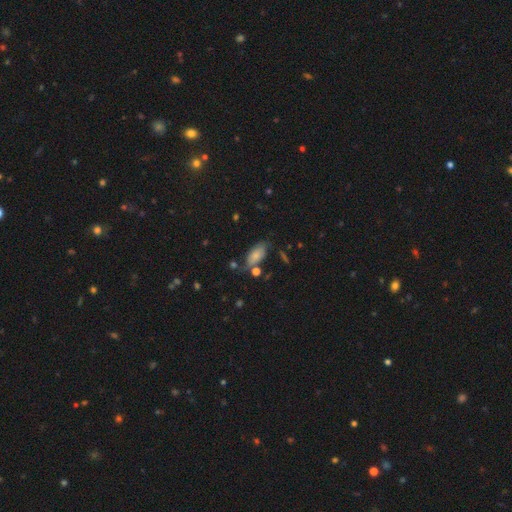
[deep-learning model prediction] Q: Smooth or featured?
A: smooth (74%); runner-up: featured or disk (17%)
Q: How rounded?
A: in between (88%); runner-up: cigar-shaped (9%)
Q: Merging?
A: none (60%); runner-up: minor disturbance (23%)